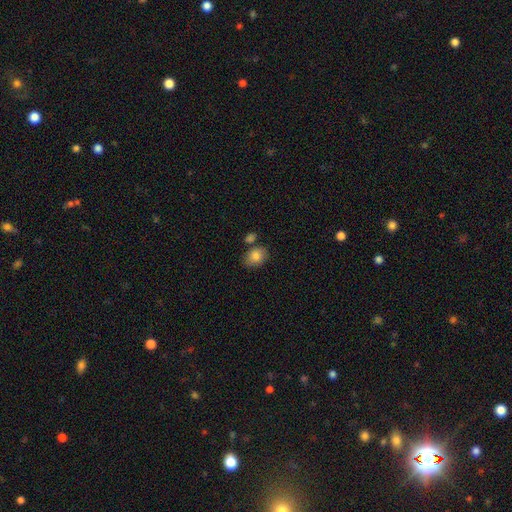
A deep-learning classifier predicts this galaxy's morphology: type=smooth (84%); roundness=in between (69%); merging=none (67%).